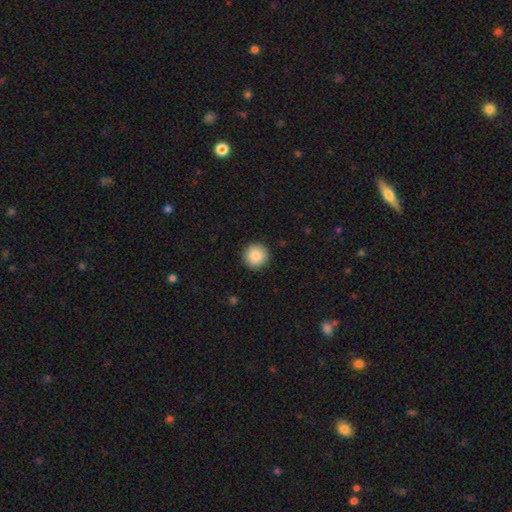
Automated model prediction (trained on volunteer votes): A smooth galaxy with no disk features (87%) that is round (96%).

Vote fractions:
- Smooth or featured? smooth: 87% / star or artifact: 8% / featured or disk: 4%
- How rounded? round: 96% / in between: 3% / cigar-shaped: 1%
- Merging? none: 93% / minor disturbance: 5% / major disturbance: 2% / merger: 1%